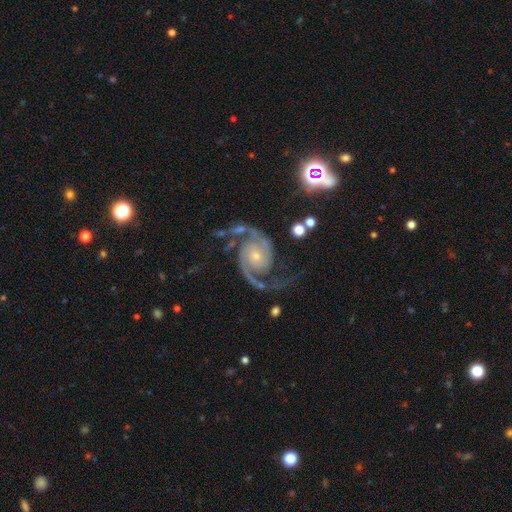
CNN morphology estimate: smooth-or-featured: featured or disk: 93% | star or artifact: 4% | smooth: 2%
  disk-edge-on: no: 98% | yes: 2%
    bar: no: 70% | weak: 22% | strong: 8%
    has-spiral-arms: yes: 99% | no: 1%
      spiral-winding: medium: 58% | loose: 23% | tight: 19%
      spiral-arm-count: 2: 94% | 3: 2% | can't tell: 1% | 1: 1% | 4: 1% | more than 4: 1%
    bulge-size: small: 65% | moderate: 29% | none: 3% | large: 2% | dominant: 1%
  merging: none: 71% | minor disturbance: 15% | major disturbance: 10% | merger: 3%